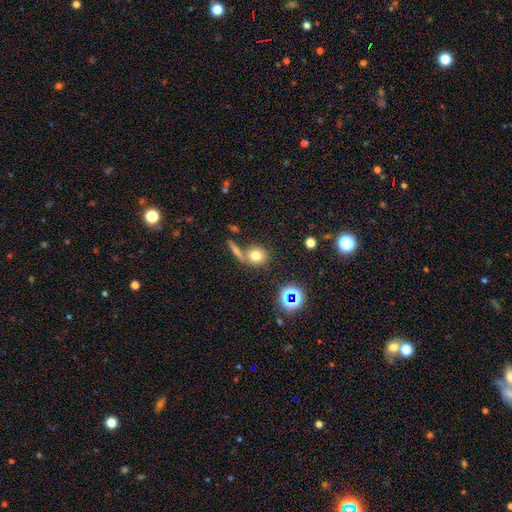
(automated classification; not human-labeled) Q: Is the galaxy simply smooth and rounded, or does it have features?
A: smooth — 73%.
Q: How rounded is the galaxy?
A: round — 82%.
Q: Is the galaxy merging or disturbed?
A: none — 65%.